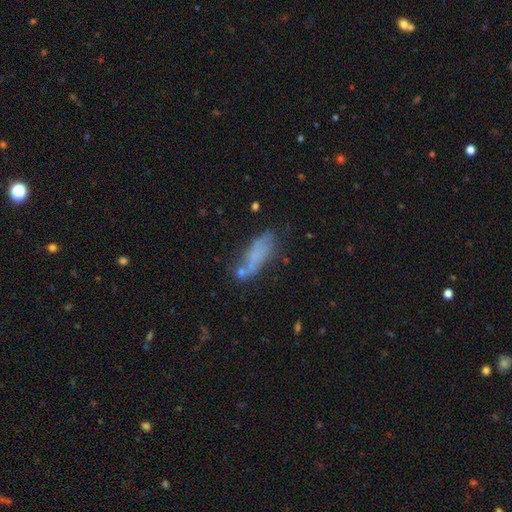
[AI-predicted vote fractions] smooth-or-featured: smooth: 55% | featured or disk: 30% | star or artifact: 14%
  how-rounded: cigar-shaped: 53% | in between: 44% | round: 3%
  merging: none: 50% | minor disturbance: 22% | merger: 15% | major disturbance: 13%